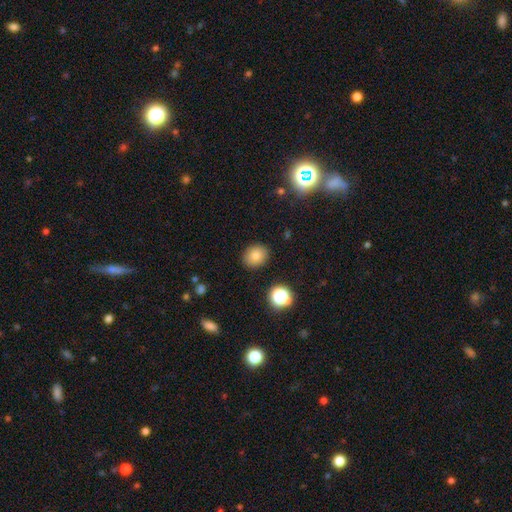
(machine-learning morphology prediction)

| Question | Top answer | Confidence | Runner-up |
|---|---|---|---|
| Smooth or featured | smooth | 79% | star or artifact (13%) |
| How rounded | round | 62% | in between (37%) |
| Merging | none | 88% | minor disturbance (8%) |